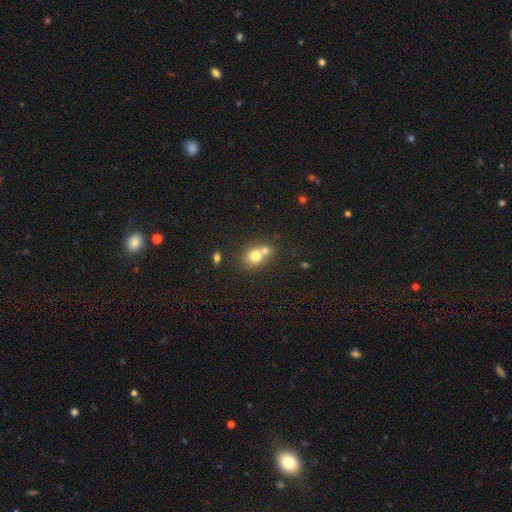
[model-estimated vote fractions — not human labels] Smooth or featured? smooth (74%)
How rounded? round (69%)
Merging? merger (52%)